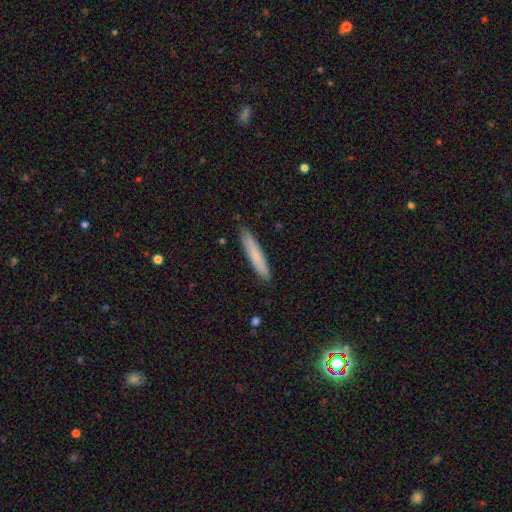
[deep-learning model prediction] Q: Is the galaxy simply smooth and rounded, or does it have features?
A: smooth — 76%.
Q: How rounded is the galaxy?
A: cigar-shaped — 93%.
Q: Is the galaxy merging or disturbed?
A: none — 89%.